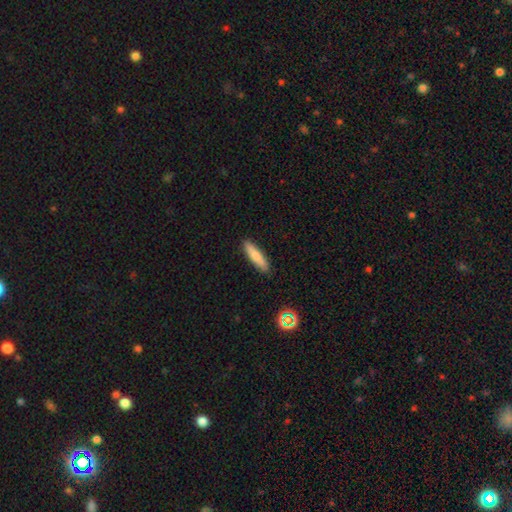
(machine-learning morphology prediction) This appears to be a smooth galaxy with no disk features (80%) that is cigar-shaped (76%). Merging: none (89%).